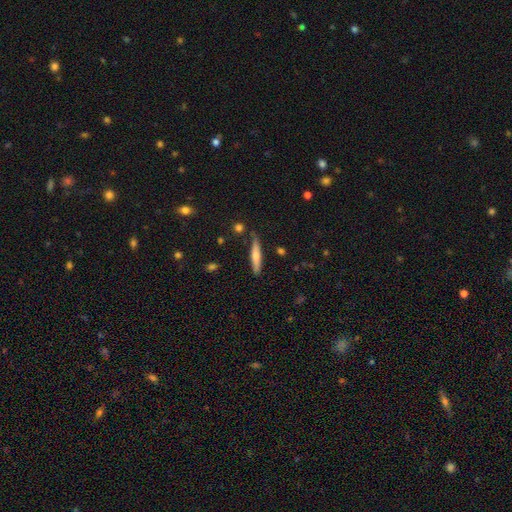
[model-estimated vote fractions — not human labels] This is possibly a smooth galaxy (55%). How rounded: clearly cigar-shaped (88%). Merging: likely none (80%).